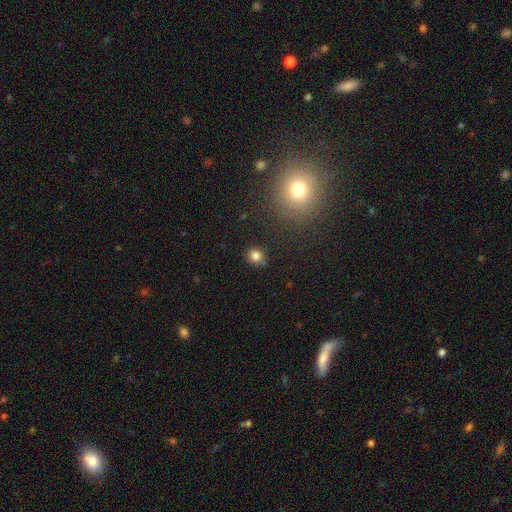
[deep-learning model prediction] Q: Smooth or featured?
A: smooth (82%); runner-up: star or artifact (13%)
Q: How rounded?
A: round (87%); runner-up: in between (12%)
Q: Merging?
A: none (84%); runner-up: minor disturbance (10%)